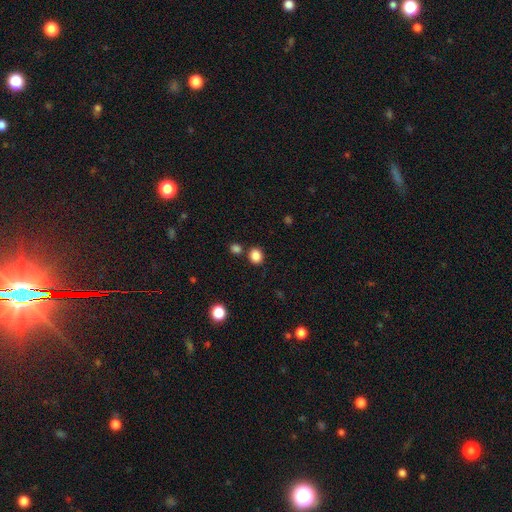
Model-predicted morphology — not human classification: Smooth or featured? Predicted: smooth (p=0.86). How rounded? Predicted: round (p=0.73). Merging? Predicted: none (p=0.80).